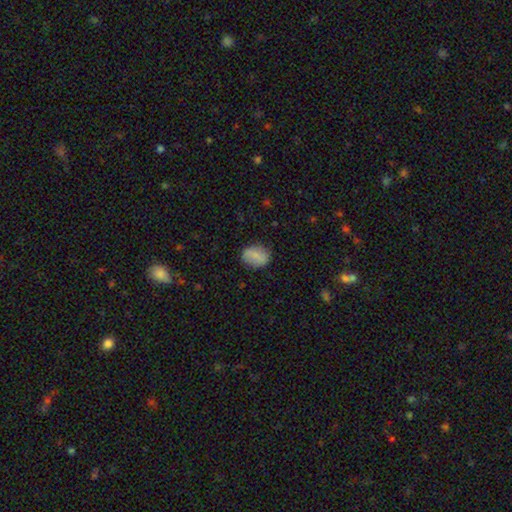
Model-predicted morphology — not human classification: The model was most divided on "how rounded": in between: 57%, round: 41%, cigar-shaped: 2%. More confident: merging — none (80%); smooth or featured — smooth (78%).